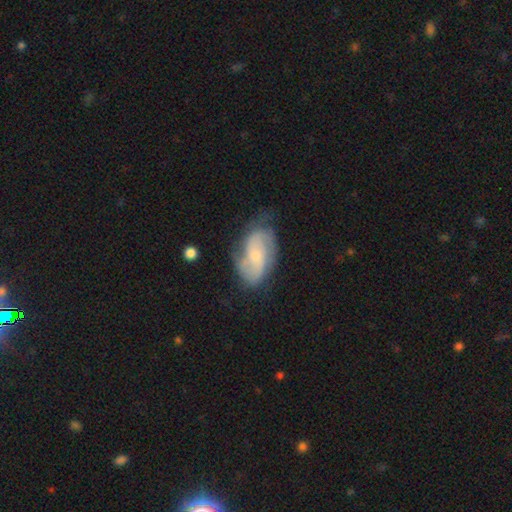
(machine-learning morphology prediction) Smooth or featured? featured or disk (69%)
Edge-on disk? no (96%)
Bar? no (56%)
Spiral arms? yes (89%)
Spiral winding? medium (45%)
Spiral arm count? 2 (67%)
Bulge size? small (63%)
Merging? none (61%)